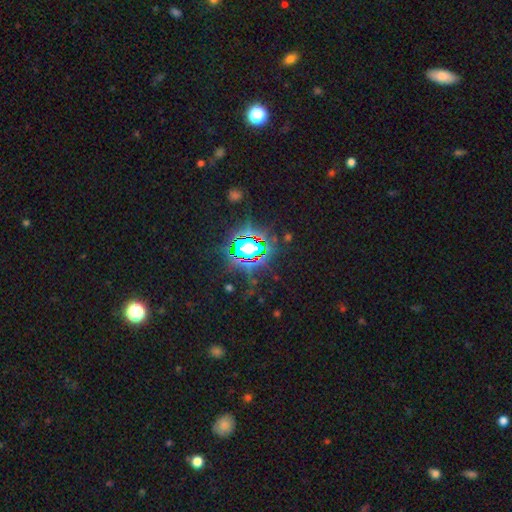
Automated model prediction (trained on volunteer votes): The model was most divided on "smooth or featured": star or artifact: 78%, smooth: 13%, featured or disk: 9%.